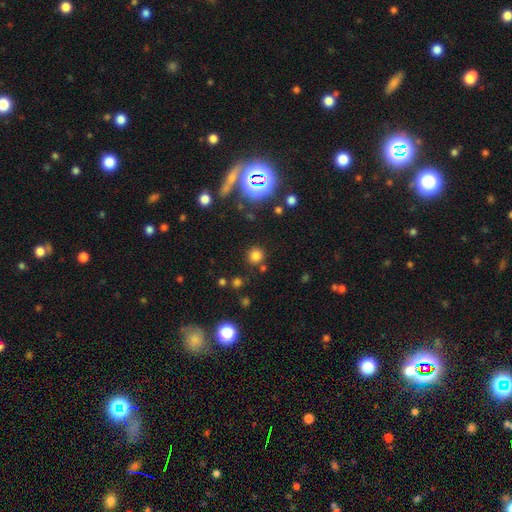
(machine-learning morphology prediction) This appears to be a smooth galaxy with no disk features (74%) that is round (91%). Merging: none (82%).